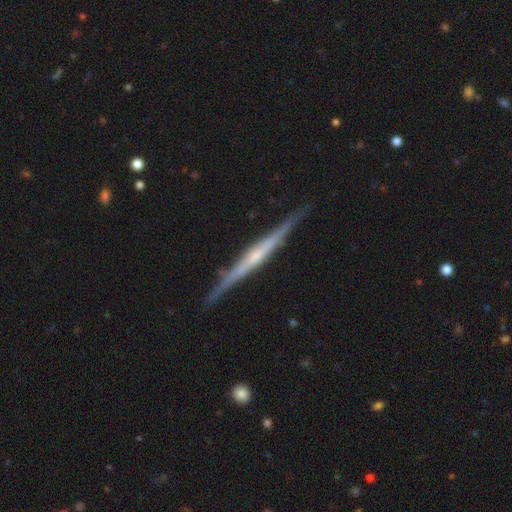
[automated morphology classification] Smooth or featured?
  - featured or disk: 78% *
  - smooth: 17%
  - star or artifact: 5%
Edge-on disk?
  - yes: 98% *
  - no: 2%
Edge-on bulge?
  - rounded: 46% *
  - none: 41%
  - boxy: 13%
Merging?
  - none: 88% *
  - minor disturbance: 9%
  - major disturbance: 2%
  - merger: 1%